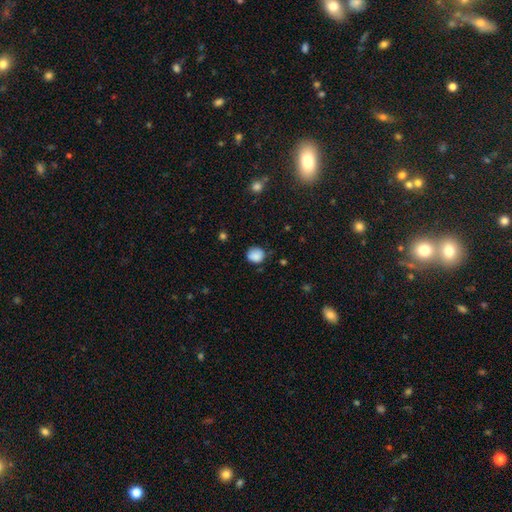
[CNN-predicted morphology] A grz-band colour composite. It shows a smooth galaxy with no disk features (86%) that is round (83%). Merging: none (76%).